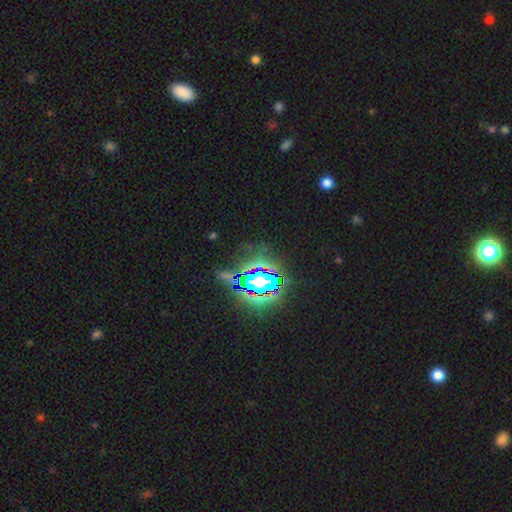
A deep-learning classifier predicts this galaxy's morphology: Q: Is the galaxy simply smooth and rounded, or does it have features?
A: star or artifact — 84%.